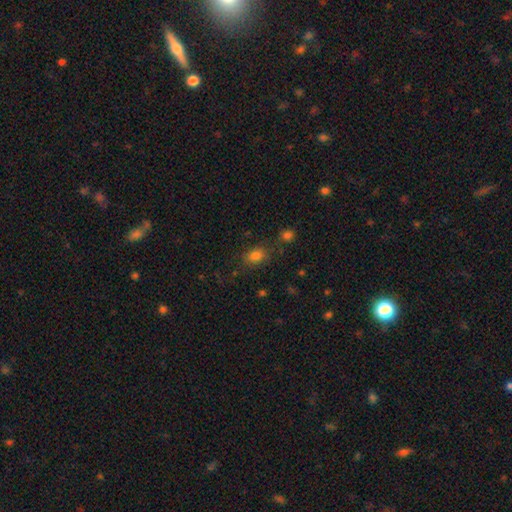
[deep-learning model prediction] smooth_or_featured: smooth (p=0.80) [alt: star or artifact p=0.13]
how_rounded: in between (p=0.66) [alt: round p=0.32]
merging: none (p=0.77) [alt: minor disturbance p=0.13]